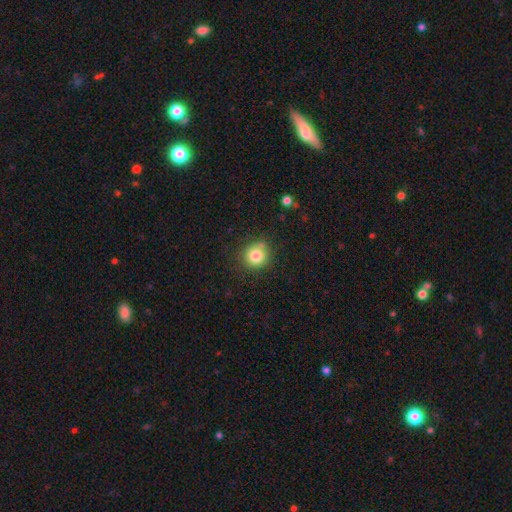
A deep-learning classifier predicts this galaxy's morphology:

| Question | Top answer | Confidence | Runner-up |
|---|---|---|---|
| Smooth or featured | smooth | 81% | star or artifact (12%) |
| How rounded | round | 90% | in between (9%) |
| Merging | none | 78% | minor disturbance (13%) |